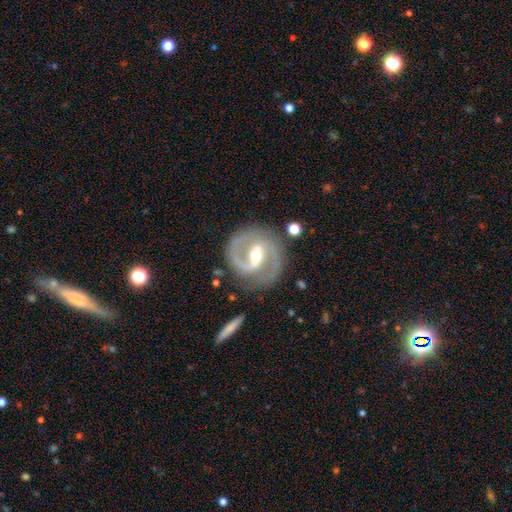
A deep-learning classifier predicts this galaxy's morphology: Smooth or featured?
  - featured or disk: 91% *
  - smooth: 5%
  - star or artifact: 4%
Edge-on disk?
  - no: 97% *
  - yes: 3%
Bar?
  - weak: 43% * (tied)
  - strong: 43% * (tied)
  - no: 14%
Spiral arms?
  - yes: 97% *
  - no: 3%
Spiral winding?
  - medium: 59% *
  - tight: 29%
  - loose: 13%
Spiral arm count?
  - 2: 91% *
  - 1: 3%
  - can't tell: 2%
  - 3: 2%
  - 4: 1%
  - more than 4: 1%
Bulge size?
  - moderate: 59% *
  - small: 36%
  - large: 3%
  - none: 1%
  - dominant: 1%
Merging?
  - none: 80% *
  - minor disturbance: 13%
  - major disturbance: 5%
  - merger: 2%